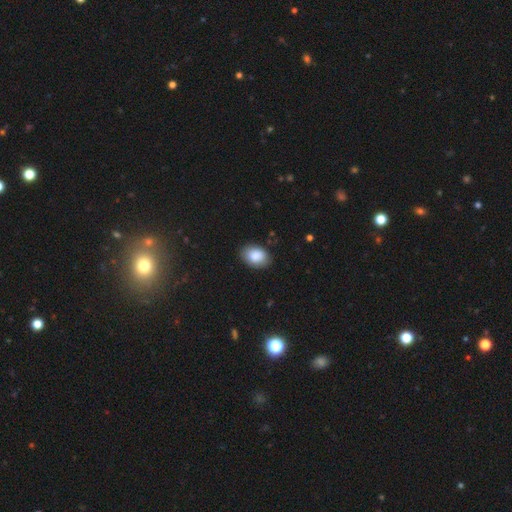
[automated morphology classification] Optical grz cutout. It shows a smooth galaxy with no disk features (87%) that is in between round and cigar-shaped (81%). Merging: none (81%).